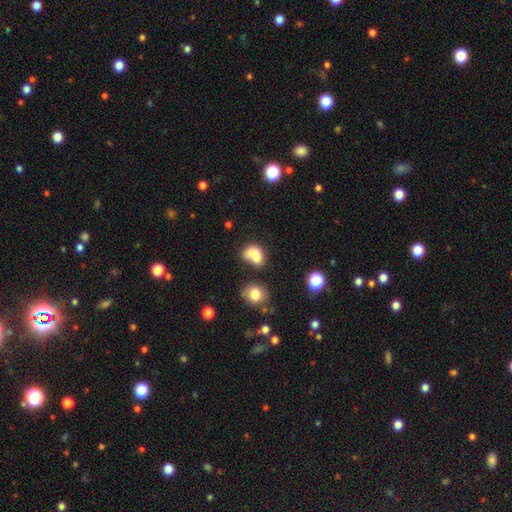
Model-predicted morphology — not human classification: smooth_or_featured: smooth (p=0.75) [alt: featured or disk p=0.14]
how_rounded: in between (p=0.60) [alt: round p=0.39]
merging: none (p=0.36) [alt: minor disturbance p=0.25]